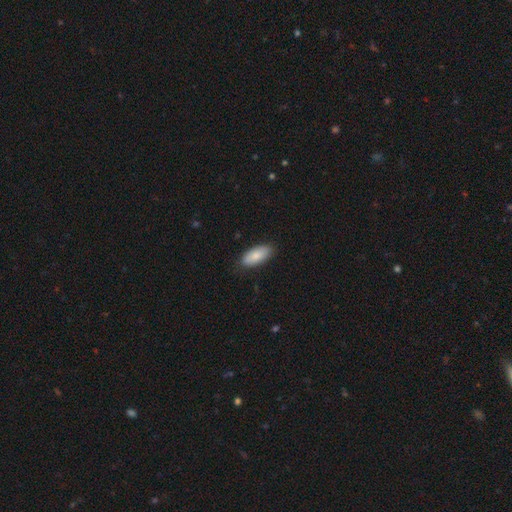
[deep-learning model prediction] Overall: smooth (84%). How rounded: in between (87%). Merging: none (83%).